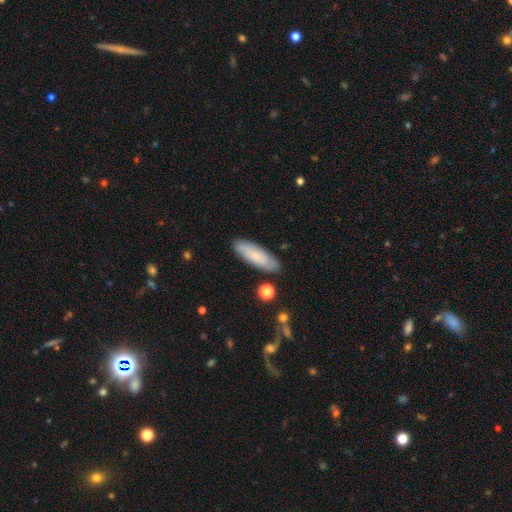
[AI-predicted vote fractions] Q: Smooth or featured?
A: smooth (68%); runner-up: featured or disk (25%)
Q: How rounded?
A: in between (53%); runner-up: cigar-shaped (45%)
Q: Merging?
A: none (83%); runner-up: minor disturbance (13%)